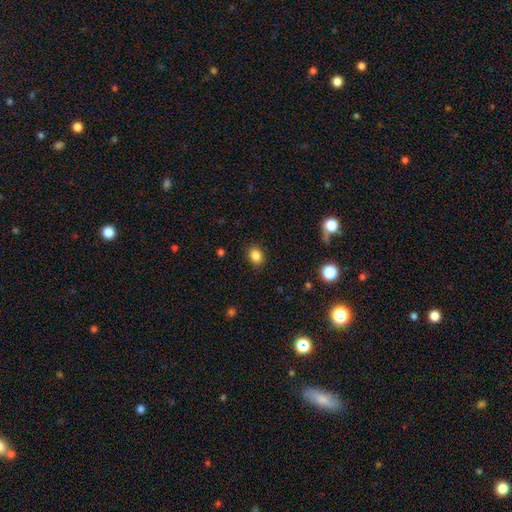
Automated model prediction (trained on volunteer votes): Smooth or featured: smooth — 85% (star or artifact — 11%)
How rounded: in between — 51% (round — 48%)
Merging: none — 86% (minor disturbance — 10%)